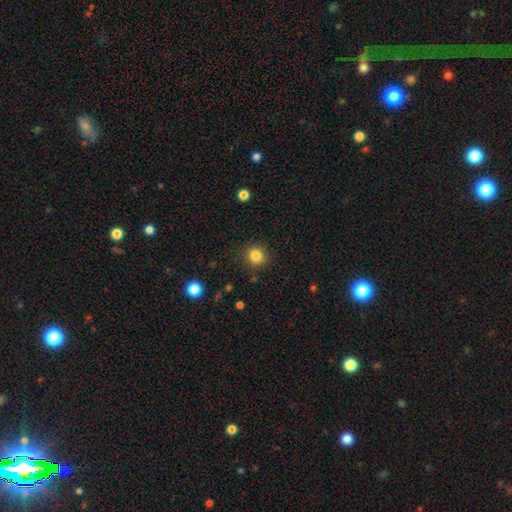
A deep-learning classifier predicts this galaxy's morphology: Smooth or featured?
  - smooth: 84% *
  - star or artifact: 11%
  - featured or disk: 5%
How rounded?
  - round: 90% *
  - in between: 9%
  - cigar-shaped: 1%
Merging?
  - none: 89% *
  - minor disturbance: 7%
  - major disturbance: 2%
  - merger: 1%